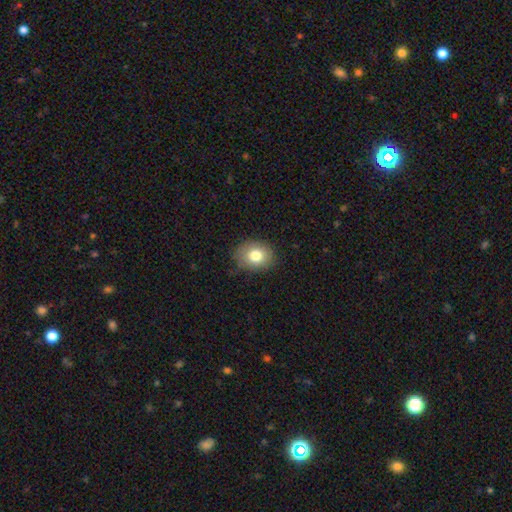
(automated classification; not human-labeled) A smooth galaxy with no disk features (79%) that is in between round and cigar-shaped (55%).

Vote fractions:
- Smooth or featured? smooth: 79% / featured or disk: 11% / star or artifact: 9%
- How rounded? in between: 55% / round: 44% / cigar-shaped: 1%
- Merging? none: 80% / minor disturbance: 15% / major disturbance: 4% / merger: 1%